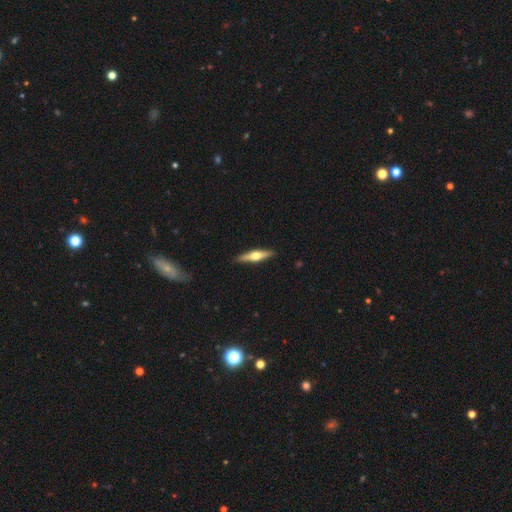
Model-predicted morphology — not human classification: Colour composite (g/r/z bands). It shows a featured or disk galaxy (63%) viewed edge-on (97%) with a rounded central bulge (95%). Merging: none (91%).